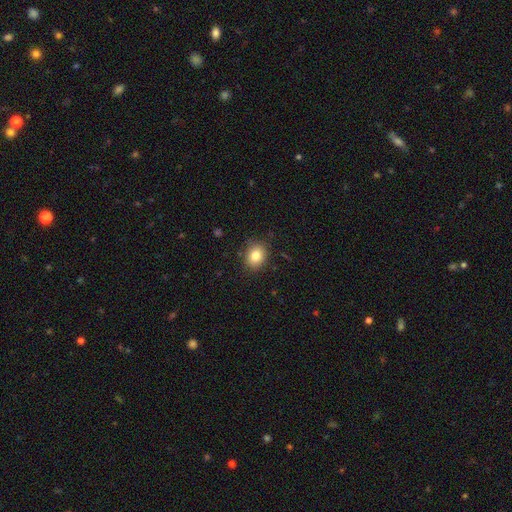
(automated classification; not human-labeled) Morphology: type=smooth (82%); roundness=round (58%); merging=none (86%).